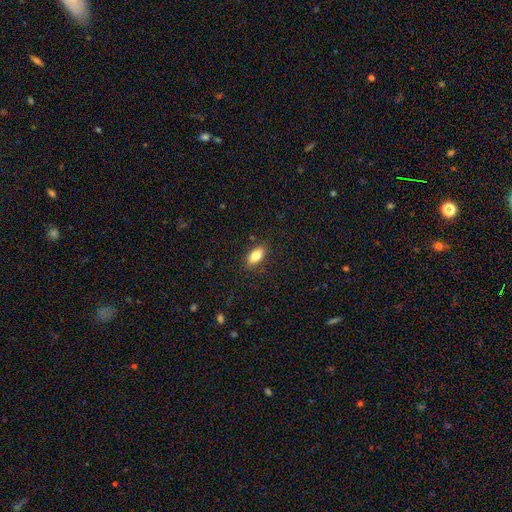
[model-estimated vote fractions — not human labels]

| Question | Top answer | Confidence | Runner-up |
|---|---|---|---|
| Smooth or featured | smooth | 84% | featured or disk (8%) |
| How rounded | in between | 89% | cigar-shaped (6%) |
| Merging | none | 86% | minor disturbance (10%) |